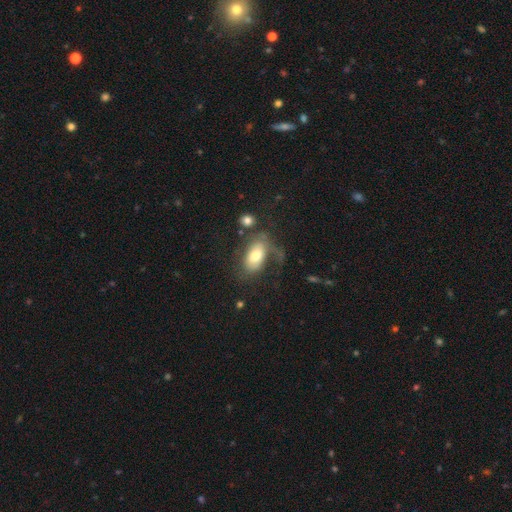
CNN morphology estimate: This appears to be a smooth galaxy with no disk features (62%) that is in between round and cigar-shaped (91%). Merging: none (37%).